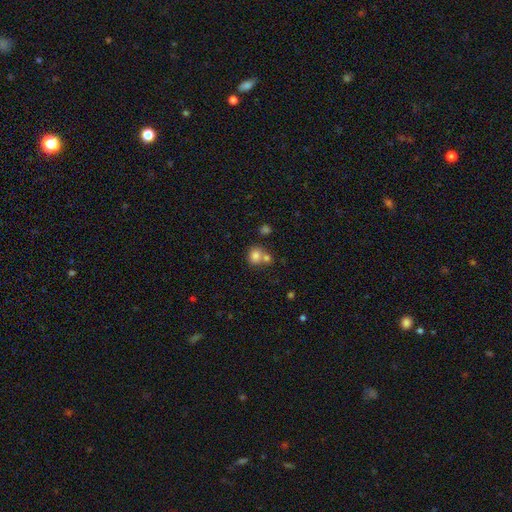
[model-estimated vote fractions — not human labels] Smooth or featured? Predicted: smooth (p=0.80). How rounded? Predicted: round (p=0.70). Merging? Predicted: none (p=0.48).